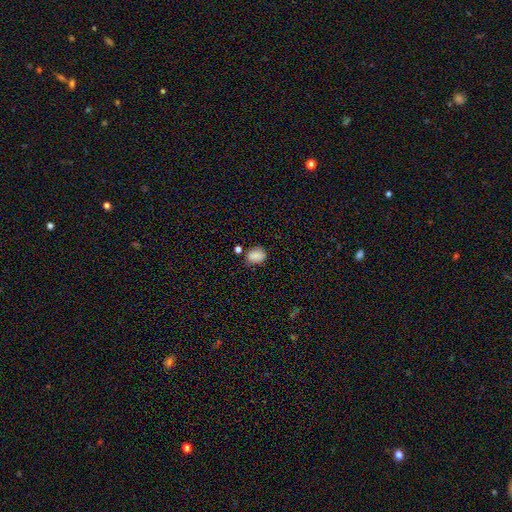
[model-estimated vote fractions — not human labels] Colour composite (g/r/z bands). It shows a smooth galaxy with no disk features (84%) that is in between round and cigar-shaped (53%). Merging: none (70%).